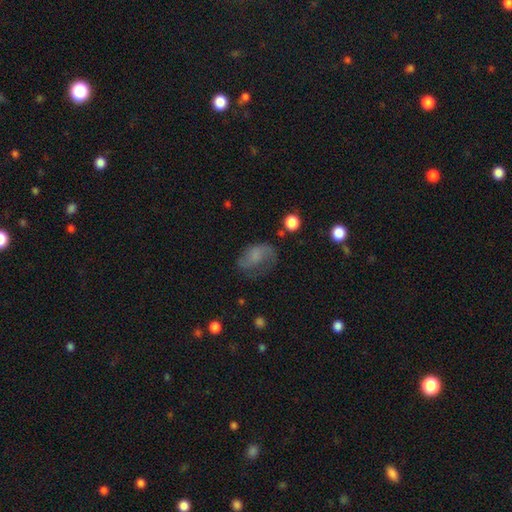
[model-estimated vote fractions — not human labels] A smooth galaxy with no disk features (45%).

Vote fractions:
- Smooth or featured? smooth: 45% / featured or disk: 41% / star or artifact: 14%
- Merging? none: 44% / major disturbance: 28% / minor disturbance: 26% / merger: 3%